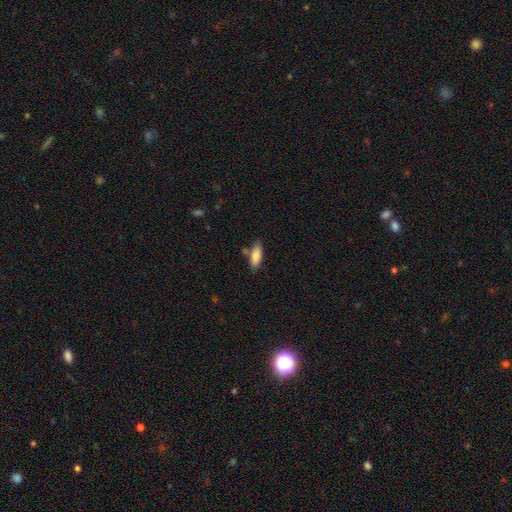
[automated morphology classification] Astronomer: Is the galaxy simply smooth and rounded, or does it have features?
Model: smooth — 84%.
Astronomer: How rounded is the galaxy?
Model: in between — 65%.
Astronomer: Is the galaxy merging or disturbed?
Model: none — 74%.